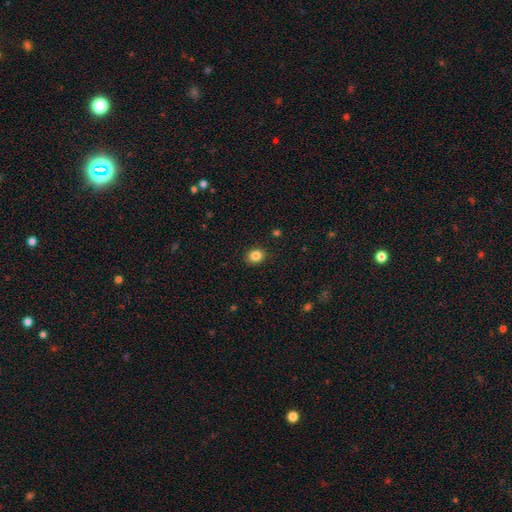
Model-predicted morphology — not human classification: type=smooth (85%); roundness=in between (50%); merging=none (89%).